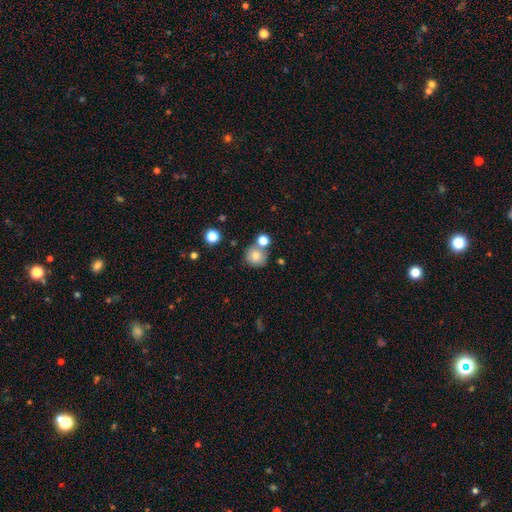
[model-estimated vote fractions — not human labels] Smooth or featured? Predicted: smooth (p=0.79). How rounded? Predicted: round (p=0.88). Merging? Predicted: none (p=0.63).